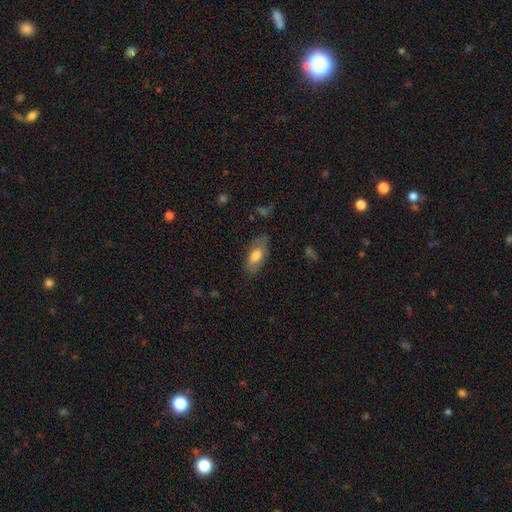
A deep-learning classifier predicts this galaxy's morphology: A smooth galaxy with no disk features (73%) that is in between round and cigar-shaped (83%). Merging: none (78%).